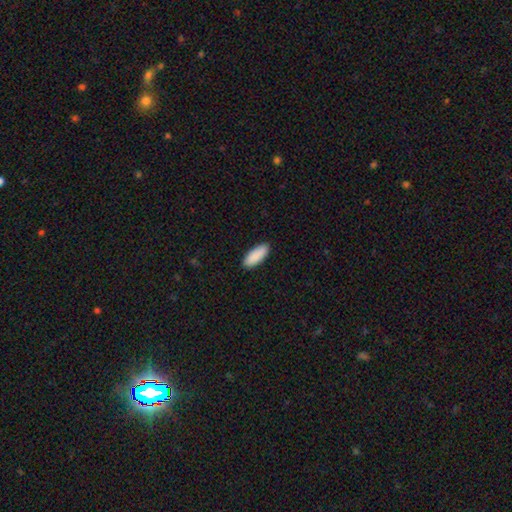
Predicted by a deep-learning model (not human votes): A smooth galaxy with no disk features (91%) that is in between round and cigar-shaped (79%).

Vote fractions:
- Smooth or featured? smooth: 91% / star or artifact: 6% / featured or disk: 3%
- How rounded? in between: 79% / cigar-shaped: 20% / round: 2%
- Merging? none: 90% / minor disturbance: 8% / major disturbance: 2% / merger: 1%